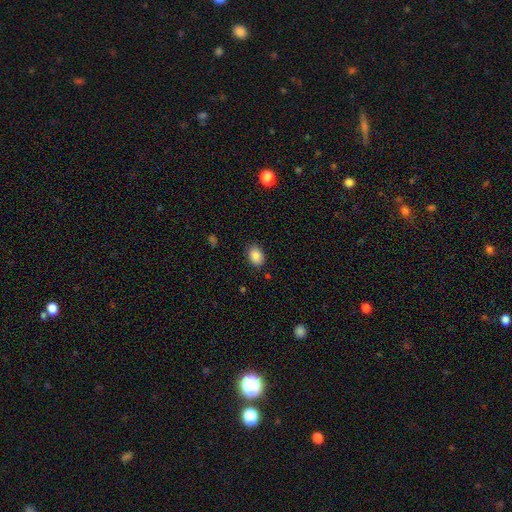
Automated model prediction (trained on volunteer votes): Smooth or featured? Predicted: smooth (p=0.86). How rounded? Predicted: in between (p=0.74). Merging? Predicted: none (p=0.87).